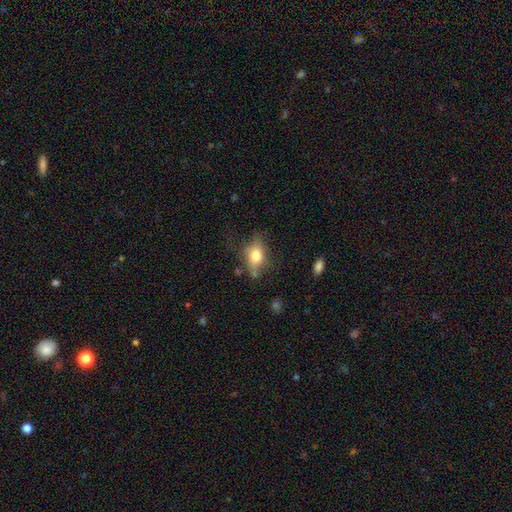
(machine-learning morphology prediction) Overall: smooth (73%). How rounded: in between (77%). Merging: none (59%; minor disturbance 26%).